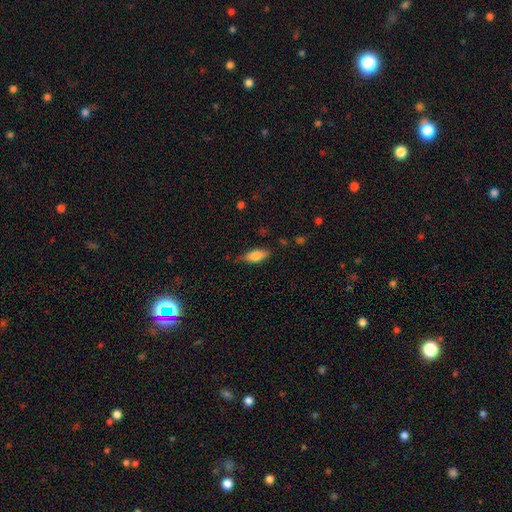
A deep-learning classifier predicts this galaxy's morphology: A smooth galaxy with no disk features (77%) that is in between round and cigar-shaped (76%).

Vote fractions:
- Smooth or featured? smooth: 77% / featured or disk: 17% / star or artifact: 7%
- How rounded? in between: 76% / cigar-shaped: 21% / round: 3%
- Merging? none: 72% / minor disturbance: 22% / major disturbance: 5% / merger: 2%